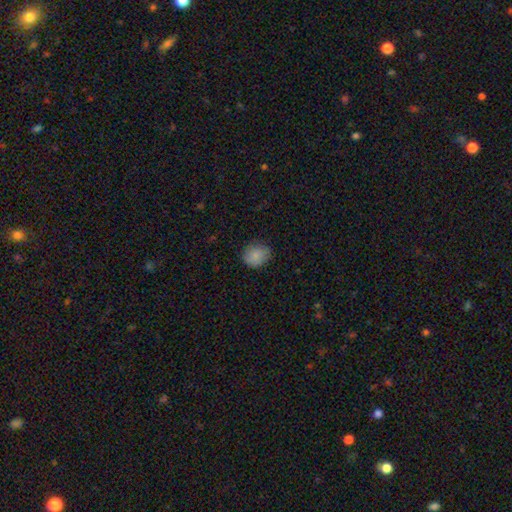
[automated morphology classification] The model was most divided on "how rounded": round: 71%, in between: 28%, cigar-shaped: 1%. More confident: smooth or featured — smooth (85%); merging — none (78%).